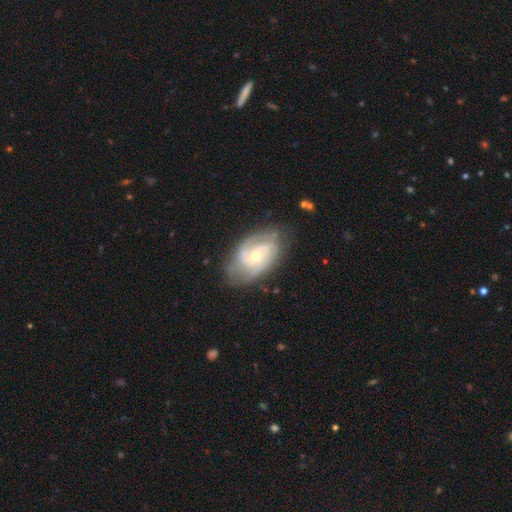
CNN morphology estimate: A featured or disk galaxy (82%) with no bar (61%), 2 (49%) tight (49%) spiral arms (93%) and a small central bulge (50%). Merging: none (71%).